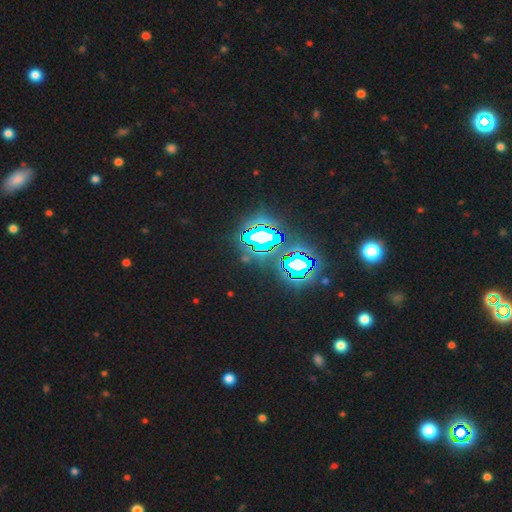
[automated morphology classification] A star or artifact, not a galaxy (83%).

Vote fractions:
- Smooth or featured? star or artifact: 83% / smooth: 11% / featured or disk: 6%